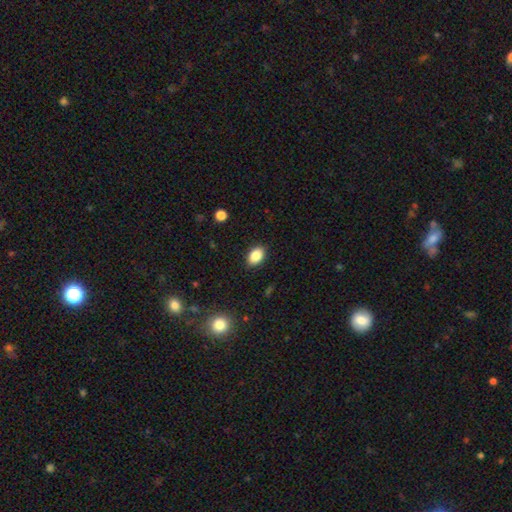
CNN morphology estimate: This appears to be a smooth galaxy with no disk features (86%) that is in between round and cigar-shaped (84%). Merging: none (88%).